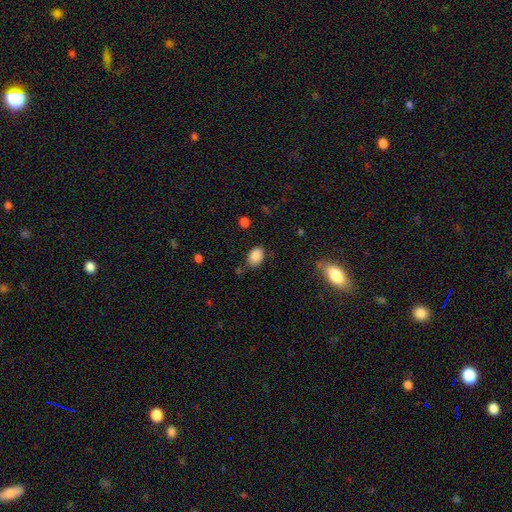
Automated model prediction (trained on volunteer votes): Smooth or featured? Predicted: smooth (p=0.87). How rounded? Predicted: in between (p=0.77). Merging? Predicted: none (p=0.75).